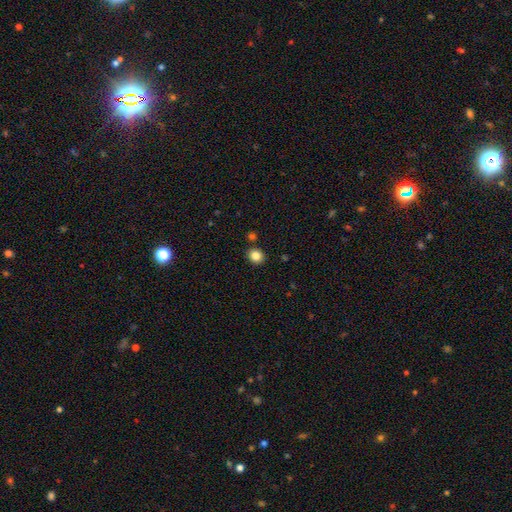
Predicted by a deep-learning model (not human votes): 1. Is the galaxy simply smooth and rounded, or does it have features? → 84% smooth, 11% star or artifact, 5% featured or disk.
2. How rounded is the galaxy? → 77% round, 22% in between, 1% cigar-shaped.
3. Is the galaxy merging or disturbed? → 87% none, 7% minor disturbance, 4% merger, 2% major disturbance.